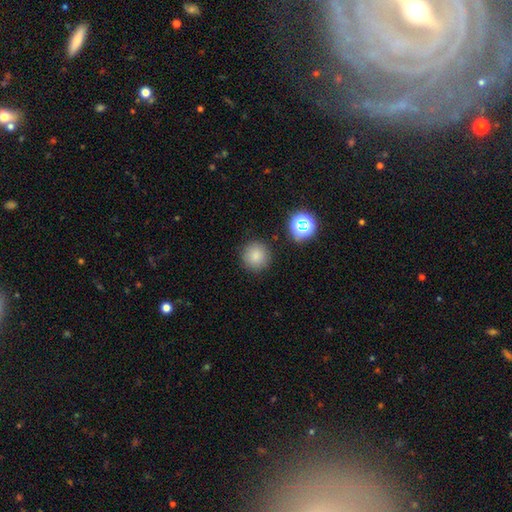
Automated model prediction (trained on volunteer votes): smooth_or_featured: smooth (p=0.82) [alt: star or artifact p=0.13]
how_rounded: round (p=0.95) [alt: in between p=0.04]
merging: none (p=0.88) [alt: minor disturbance p=0.07]